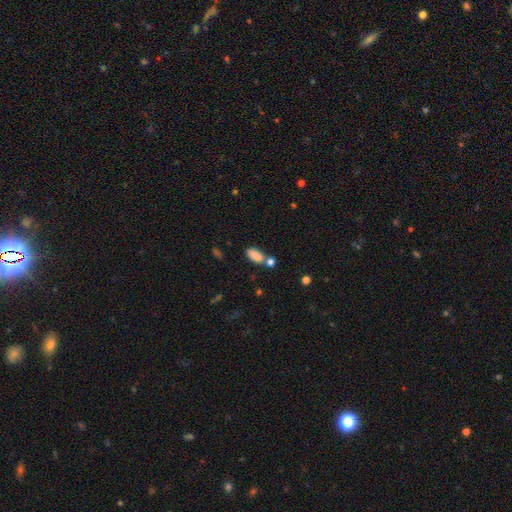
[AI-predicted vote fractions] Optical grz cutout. It shows a smooth galaxy with no disk features (85%) that is in between round and cigar-shaped (89%). Merging: none (54%).